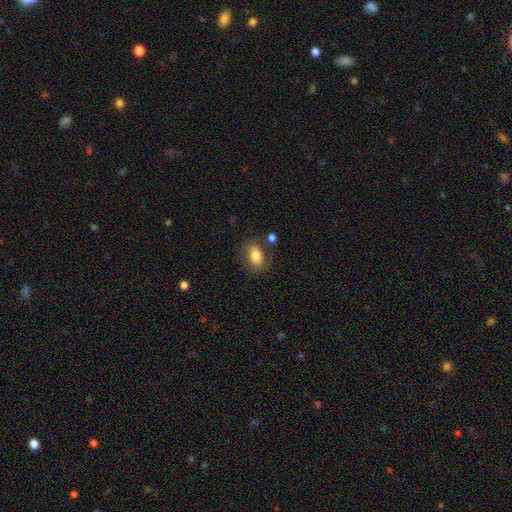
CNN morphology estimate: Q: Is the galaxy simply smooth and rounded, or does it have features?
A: smooth — 79%.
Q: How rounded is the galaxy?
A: in between — 86%.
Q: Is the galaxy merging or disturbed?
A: none — 73%.